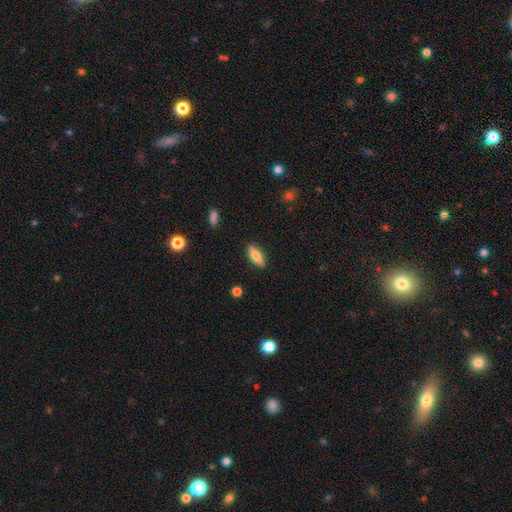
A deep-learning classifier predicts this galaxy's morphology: Smooth or featured? smooth (66%)
How rounded? in between (62%)
Merging? none (88%)